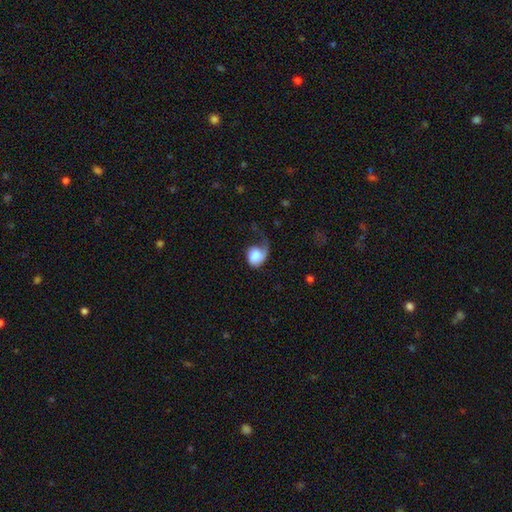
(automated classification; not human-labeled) Q: Smooth or featured?
A: smooth (61%); runner-up: featured or disk (32%)
Q: How rounded?
A: round (58%); runner-up: in between (41%)
Q: Merging?
A: major disturbance (45%); runner-up: none (26%)